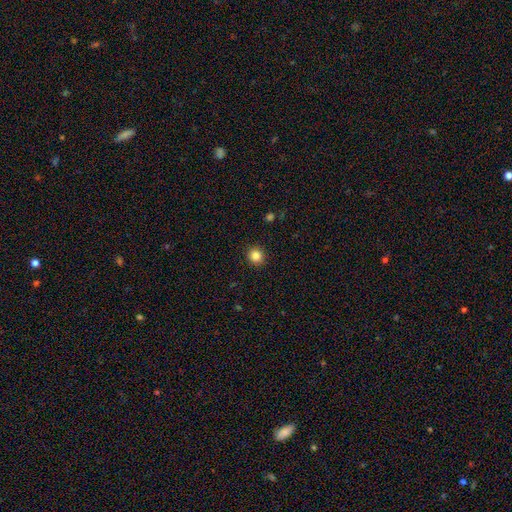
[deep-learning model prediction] Morphology: type=smooth (85%); roundness=round (92%); merging=none (92%).